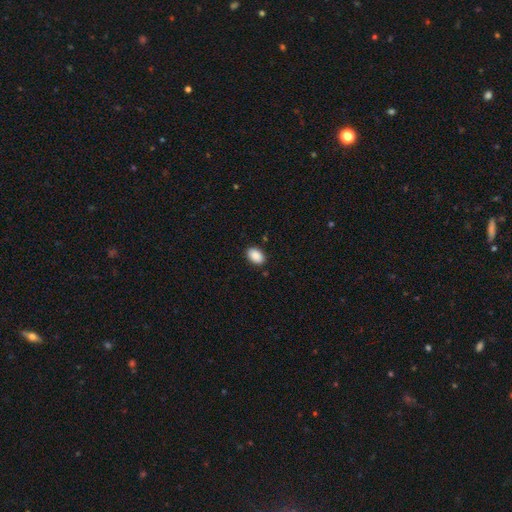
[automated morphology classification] smooth_or_featured: smooth (p=0.90) [alt: star or artifact p=0.07]
how_rounded: in between (p=0.89) [alt: round p=0.10]
merging: none (p=0.88) [alt: minor disturbance p=0.09]